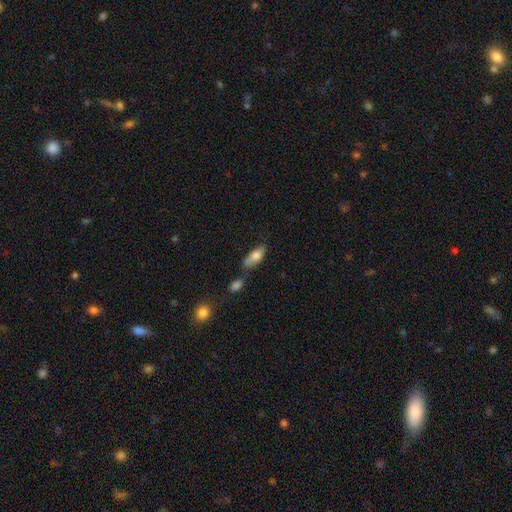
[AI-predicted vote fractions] Smooth or featured? Predicted: smooth (p=0.73). How rounded? Predicted: in between (p=0.79). Merging? Predicted: none (p=0.47).